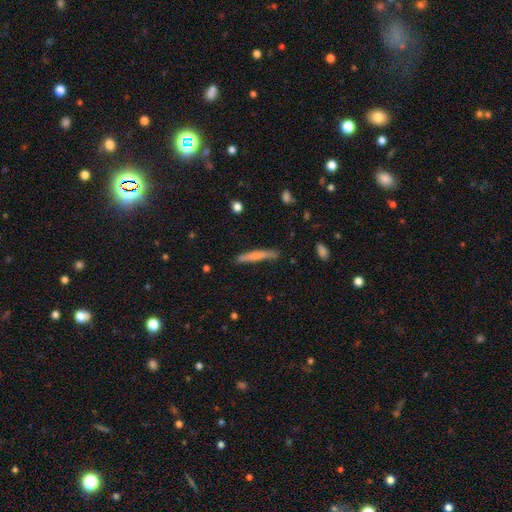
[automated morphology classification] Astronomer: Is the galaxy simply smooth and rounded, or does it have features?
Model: smooth — 61%.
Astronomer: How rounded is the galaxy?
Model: cigar-shaped — 94%.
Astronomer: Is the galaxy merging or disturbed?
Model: none — 74%.